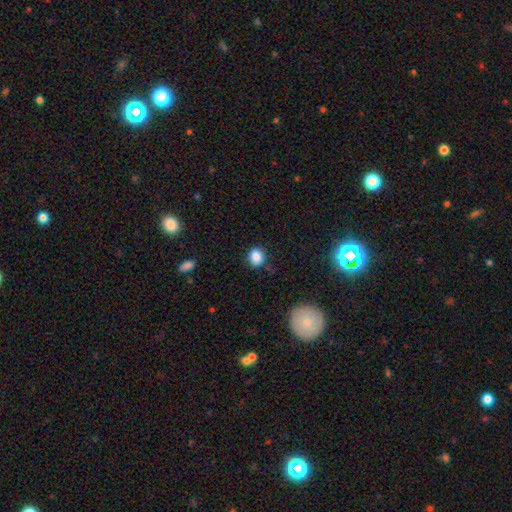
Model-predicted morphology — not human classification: This appears to be a smooth galaxy with no disk features (85%) that is round (63%). Merging: none (78%).